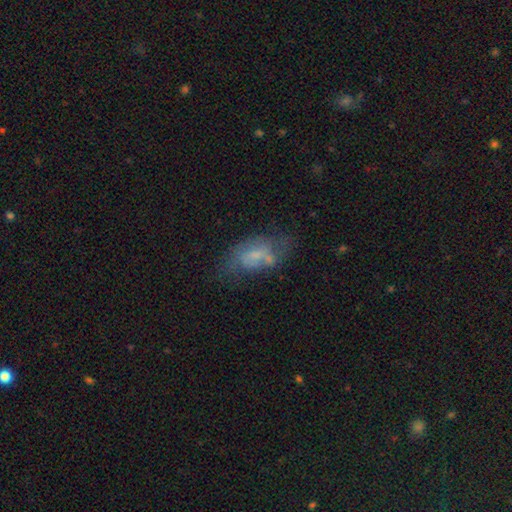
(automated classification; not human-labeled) A featured or disk galaxy (45%).

Vote fractions:
- Smooth or featured? featured or disk: 45% / smooth: 44% / star or artifact: 11%
- Merging? none: 42% / minor disturbance: 25% / major disturbance: 20% / merger: 13%